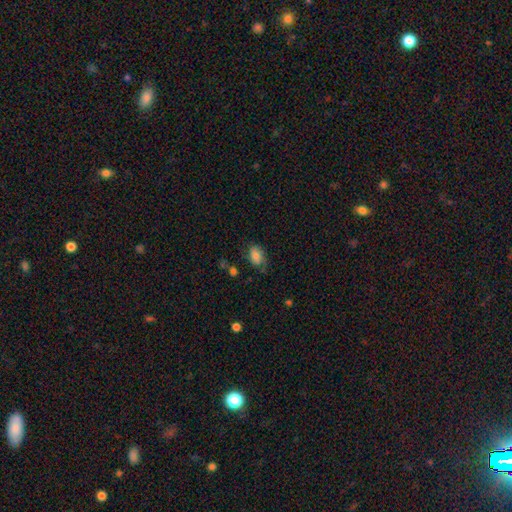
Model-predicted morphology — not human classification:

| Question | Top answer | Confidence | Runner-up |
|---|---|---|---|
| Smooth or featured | smooth | 67% | featured or disk (25%) |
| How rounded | in between | 85% | round (14%) |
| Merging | none | 57% | minor disturbance (27%) |